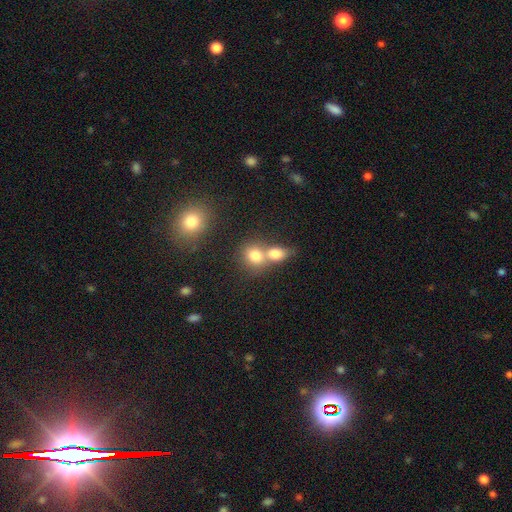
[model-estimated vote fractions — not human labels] A smooth galaxy with no disk features (78%) that is round (64%). Merging: merger (57%).